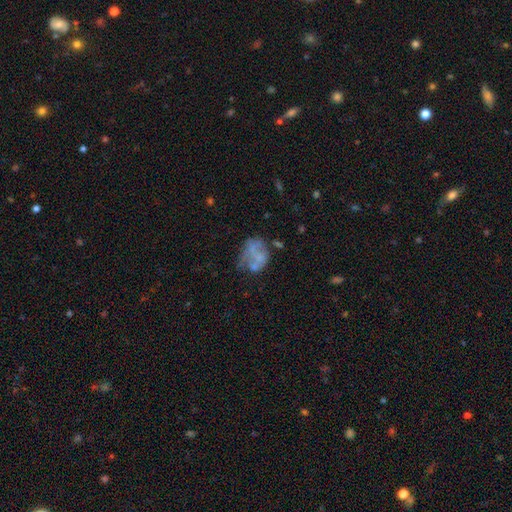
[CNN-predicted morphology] featured or disk 51%, smooth 36%, star or artifact 14%. Down the decision tree: edge-on disk — no (98%); merging — none (35%).